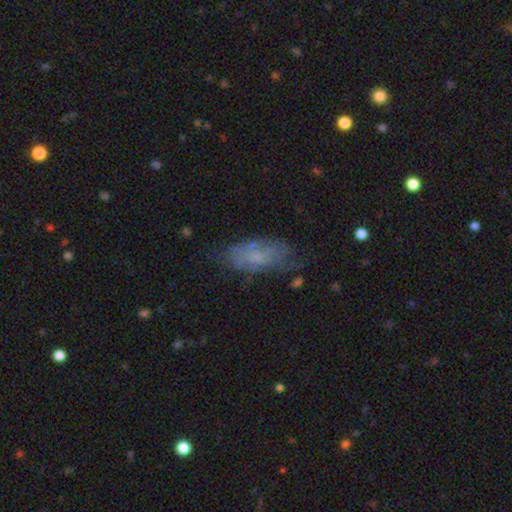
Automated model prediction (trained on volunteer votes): smooth-or-featured: smooth: 60% | featured or disk: 31% | star or artifact: 9%
  how-rounded: in between: 84% | cigar-shaped: 13% | round: 3%
  merging: none: 59% | minor disturbance: 26% | major disturbance: 11% | merger: 3%